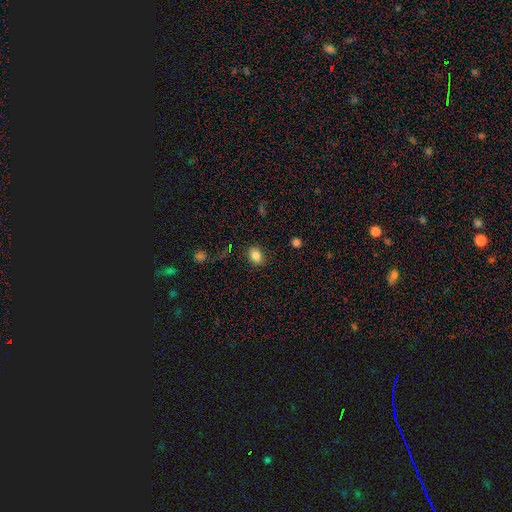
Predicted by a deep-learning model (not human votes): This is clearly a smooth galaxy (84%). How rounded: likely in between (70%). Merging: clearly none (85%).